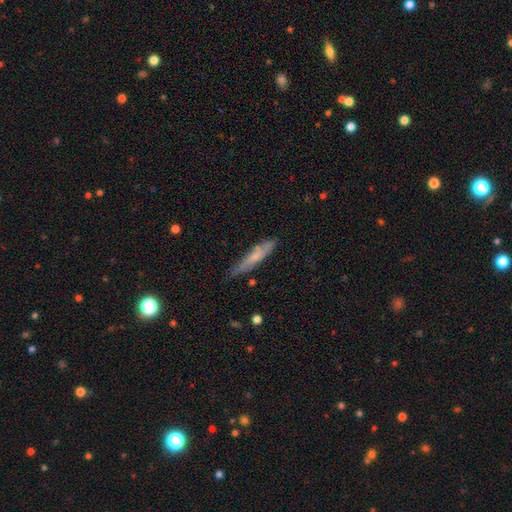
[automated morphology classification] Smooth or featured?
  - smooth: 57% *
  - featured or disk: 36%
  - star or artifact: 6%
How rounded?
  - cigar-shaped: 88% *
  - in between: 10%
  - round: 2%
Merging?
  - none: 71% *
  - minor disturbance: 22%
  - major disturbance: 4%
  - merger: 3%